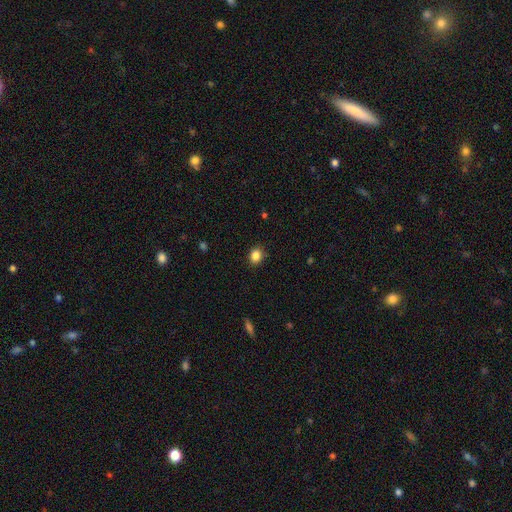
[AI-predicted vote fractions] smooth-or-featured: smooth: 85% | star or artifact: 10% | featured or disk: 4%
  how-rounded: round: 59% | in between: 40% | cigar-shaped: 1%
  merging: none: 87% | minor disturbance: 10% | major disturbance: 2% | merger: 1%